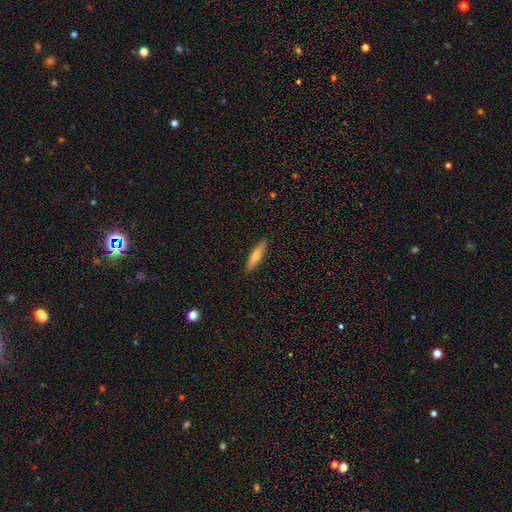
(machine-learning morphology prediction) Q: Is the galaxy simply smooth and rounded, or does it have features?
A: smooth — 57%.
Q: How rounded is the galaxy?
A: cigar-shaped — 81%.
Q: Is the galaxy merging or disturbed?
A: none — 90%.